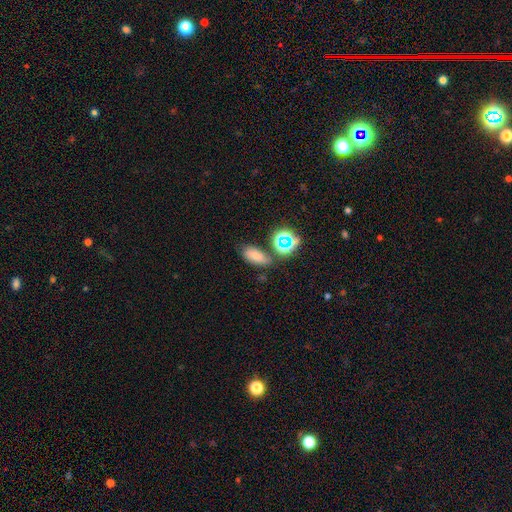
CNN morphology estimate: Smooth or featured? Predicted: smooth (p=0.62). How rounded? Predicted: in between (p=0.84). Merging? Predicted: none (p=0.66).